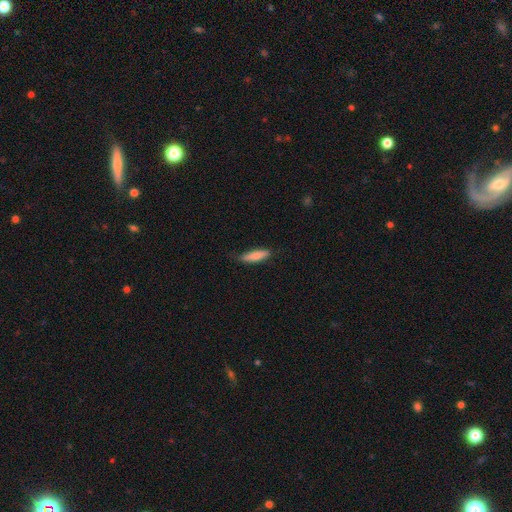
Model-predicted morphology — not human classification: A smooth galaxy with no disk features (81%) that is cigar-shaped (67%). Merging: none (77%).